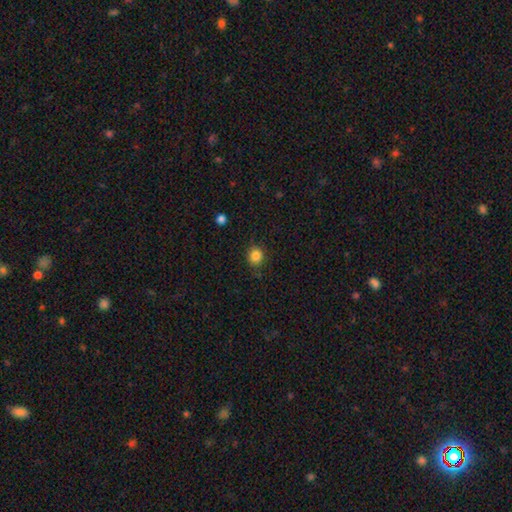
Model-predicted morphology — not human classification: Smooth or featured? Predicted: smooth (p=0.84). How rounded? Predicted: round (p=0.80). Merging? Predicted: none (p=0.84).